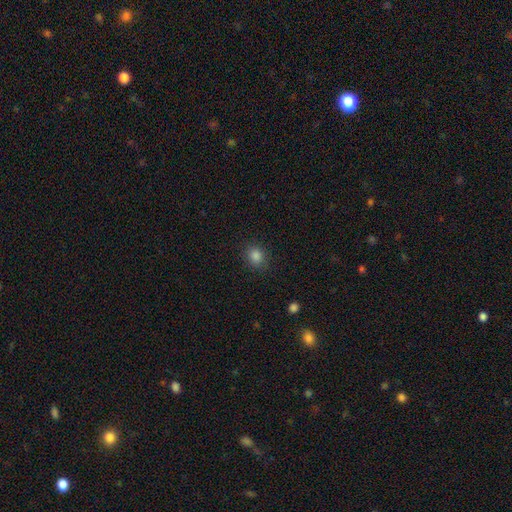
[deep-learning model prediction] smooth-or-featured: smooth: 84% | star or artifact: 12% | featured or disk: 4%
  how-rounded: round: 65% | in between: 34% | cigar-shaped: 1%
  merging: none: 87% | minor disturbance: 9% | major disturbance: 3% | merger: 1%